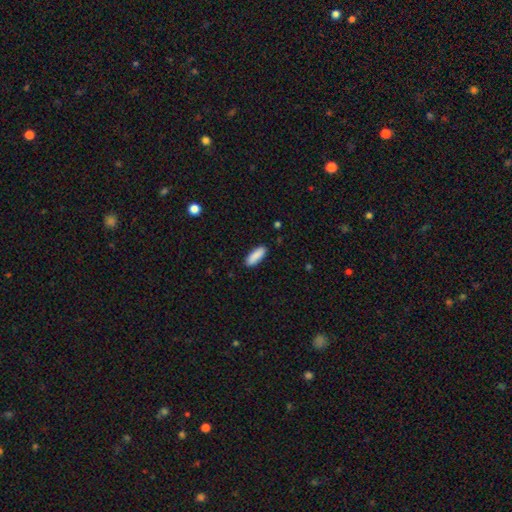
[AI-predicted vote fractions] This appears to be a smooth galaxy with no disk features (89%) that is in between round and cigar-shaped (61%). Merging: none (88%).